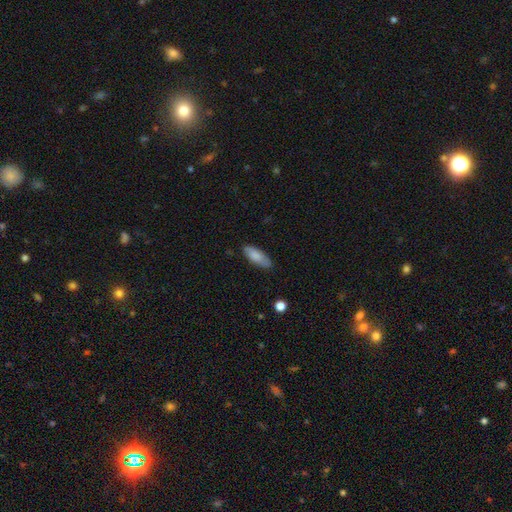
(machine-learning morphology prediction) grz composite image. It shows a smooth galaxy with no disk features (83%) that is in between round and cigar-shaped (72%). Merging: none (82%).